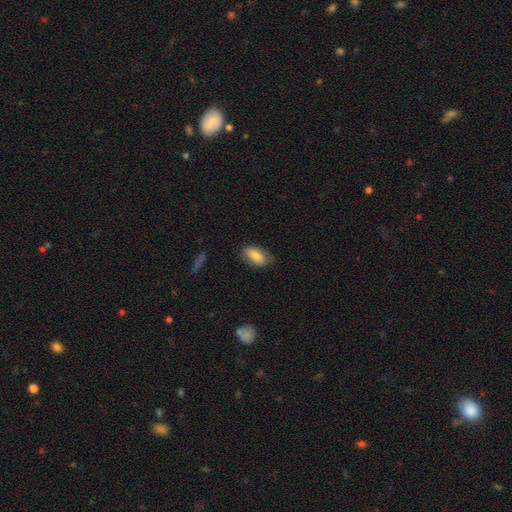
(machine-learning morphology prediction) The model was most divided on "merging": none: 74%, minor disturbance: 20%, major disturbance: 4%, merger: 1%. More confident: how rounded — in between (91%); smooth or featured — smooth (81%).